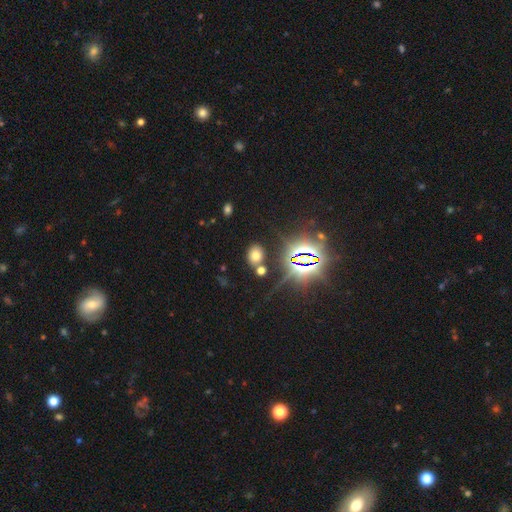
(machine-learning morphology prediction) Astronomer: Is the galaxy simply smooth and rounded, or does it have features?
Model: smooth — 61%.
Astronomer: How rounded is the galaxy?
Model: in between — 64%.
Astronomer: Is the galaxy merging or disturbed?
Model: none — 77%.